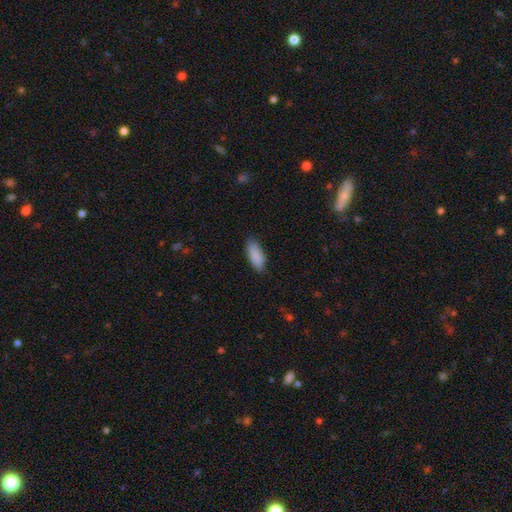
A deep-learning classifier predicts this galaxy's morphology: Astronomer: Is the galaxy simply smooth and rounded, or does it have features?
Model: smooth — 89%.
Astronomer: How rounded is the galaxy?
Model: in between — 77%.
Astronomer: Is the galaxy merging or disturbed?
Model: none — 84%.